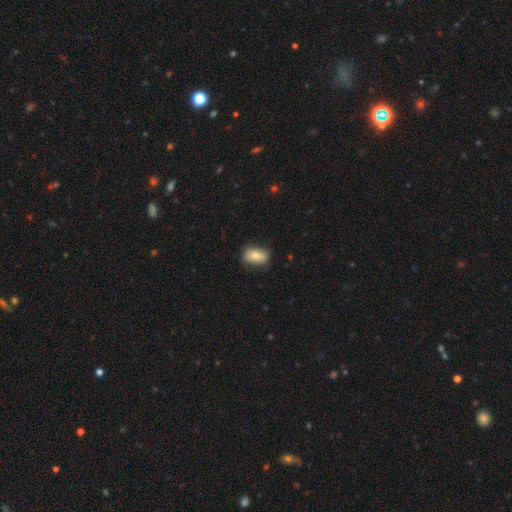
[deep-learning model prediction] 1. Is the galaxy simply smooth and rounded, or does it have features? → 75% smooth, 17% featured or disk, 8% star or artifact.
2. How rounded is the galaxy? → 82% in between, 16% round, 2% cigar-shaped.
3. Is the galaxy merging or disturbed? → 77% none, 18% minor disturbance, 4% major disturbance, 1% merger.